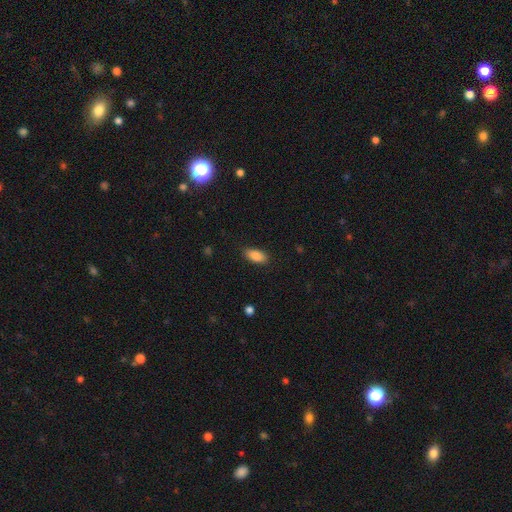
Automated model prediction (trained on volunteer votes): The model was most divided on "merging": none: 85%, minor disturbance: 11%, major disturbance: 3%, merger: 1%. More confident: how rounded — in between (89%); smooth or featured — smooth (88%).